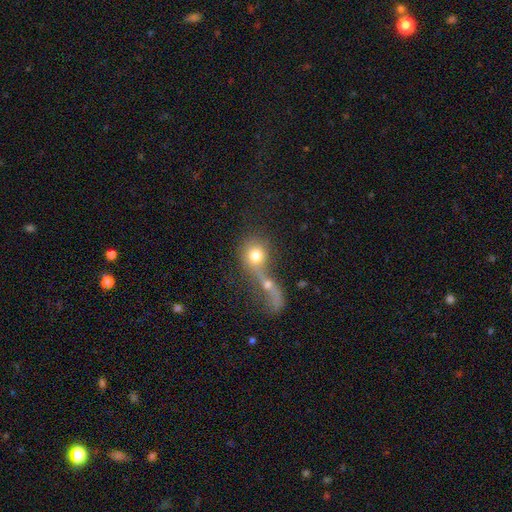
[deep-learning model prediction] Smooth or featured? smooth (69%)
How rounded? round (73%)
Merging? merger (67%)